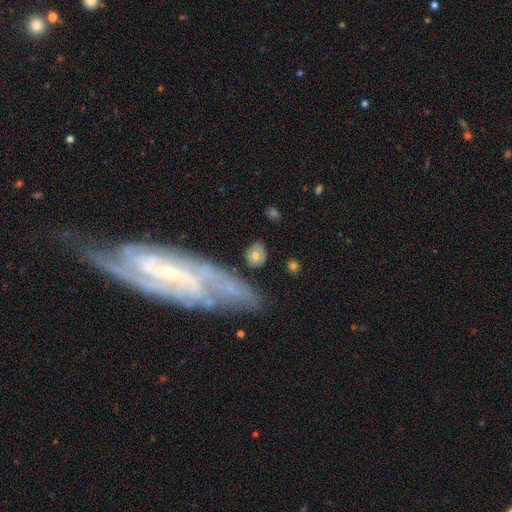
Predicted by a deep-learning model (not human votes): A smooth galaxy with no disk features (67%) that is round (61%).

Vote fractions:
- Smooth or featured? smooth: 67% / featured or disk: 26% / star or artifact: 7%
- How rounded? round: 61% / in between: 37% / cigar-shaped: 3%
- Merging? none: 79% / minor disturbance: 12% / major disturbance: 5% / merger: 4%